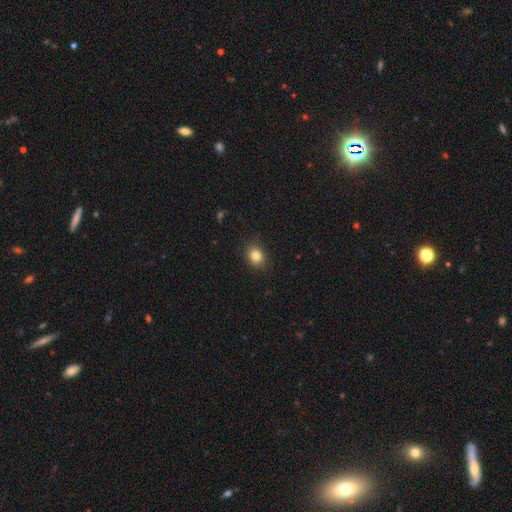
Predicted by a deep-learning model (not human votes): Q: Smooth or featured?
A: smooth (83%); runner-up: star or artifact (11%)
Q: How rounded?
A: round (57%); runner-up: in between (42%)
Q: Merging?
A: none (85%); runner-up: minor disturbance (11%)